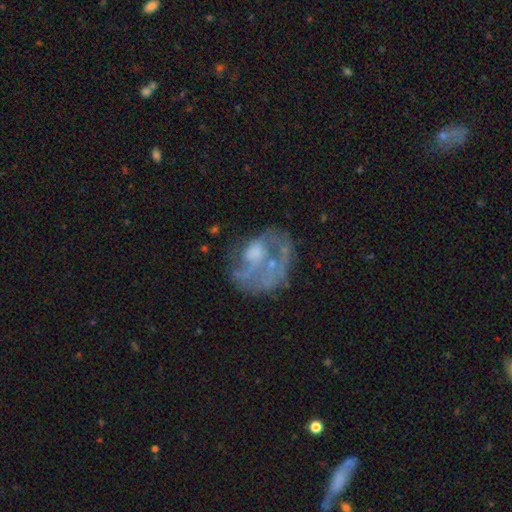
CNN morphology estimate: Smooth or featured? featured or disk (66%)
Edge-on disk? no (98%)
Bar? no (82%)
Spiral arms? no (57%)
Bulge size? none (35%)
Merging? none (38%)